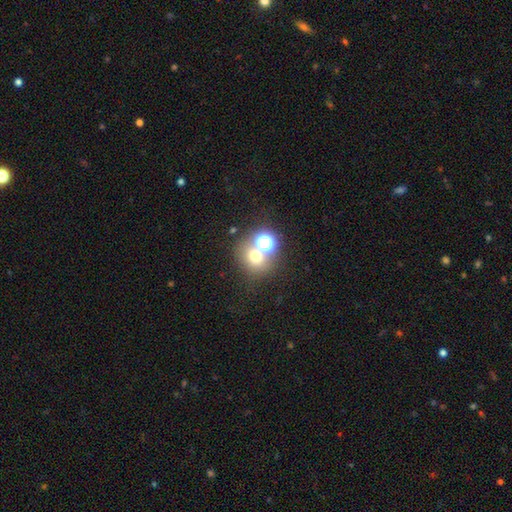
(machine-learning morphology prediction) Overall: smooth (62%; star or artifact 25%). How rounded: round (79%). Merging: none (54%; merger 33%).